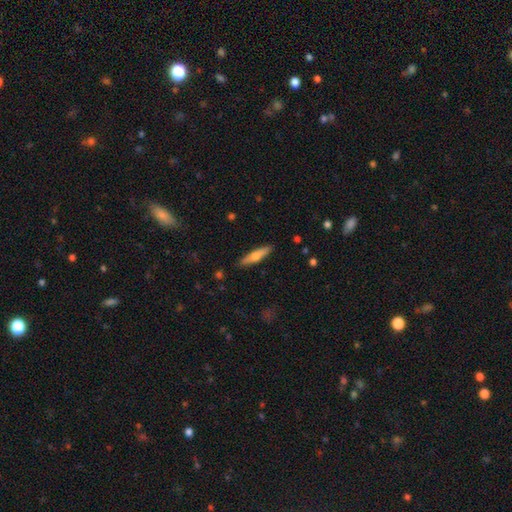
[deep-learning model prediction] A smooth galaxy with no disk features (54%) that is cigar-shaped (81%).

Vote fractions:
- Smooth or featured? smooth: 54% / featured or disk: 40% / star or artifact: 6%
- How rounded? cigar-shaped: 81% / in between: 17% / round: 2%
- Merging? none: 90% / minor disturbance: 8% / major disturbance: 2% / merger: 1%